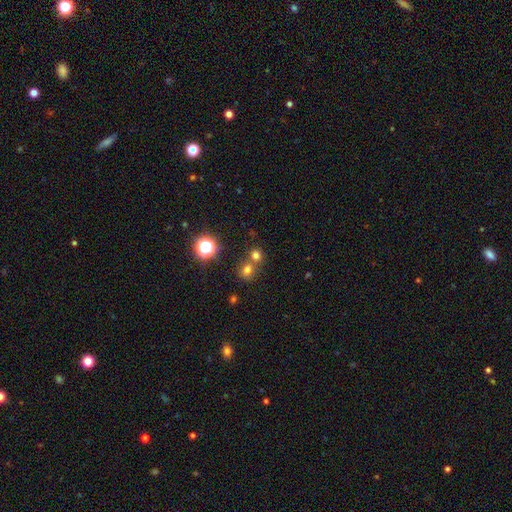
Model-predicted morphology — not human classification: This is likely a smooth galaxy (68%). How rounded: clearly round (84%). Merging: possibly none (54%).